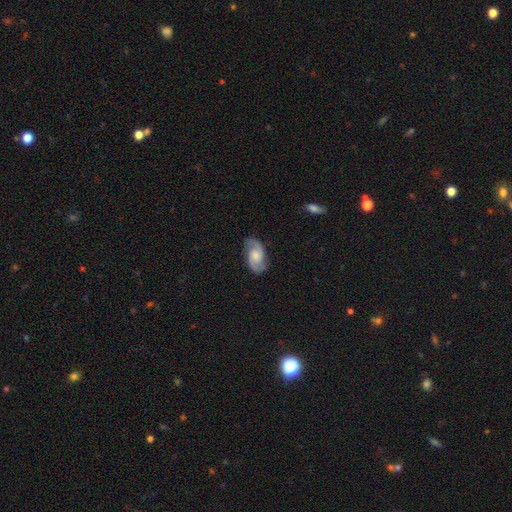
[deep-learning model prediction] featured or disk 82%, smooth 12%, star or artifact 6%. Down the decision tree: edge-on disk — no (97%); bar — no (59%); spiral arms — yes (97%); spiral arm count — 2 (92%); spiral winding — medium (53%); bulge size — moderate (41%); merging — none (83%).